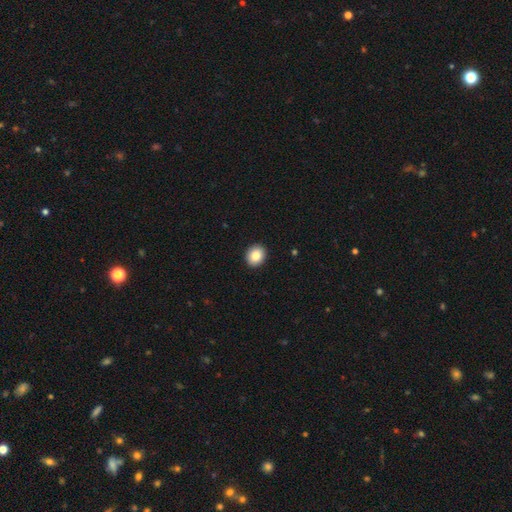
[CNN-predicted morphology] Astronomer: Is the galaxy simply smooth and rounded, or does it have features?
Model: smooth — 86%.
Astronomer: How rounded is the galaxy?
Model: round — 67%.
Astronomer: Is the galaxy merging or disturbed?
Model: none — 93%.